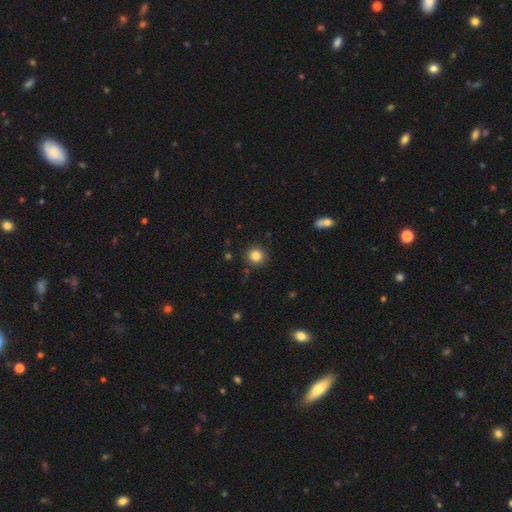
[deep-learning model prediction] smooth_or_featured: smooth (p=0.84) [alt: star or artifact p=0.11]
how_rounded: round (p=0.93) [alt: in between p=0.06]
merging: none (p=0.89) [alt: minor disturbance p=0.07]